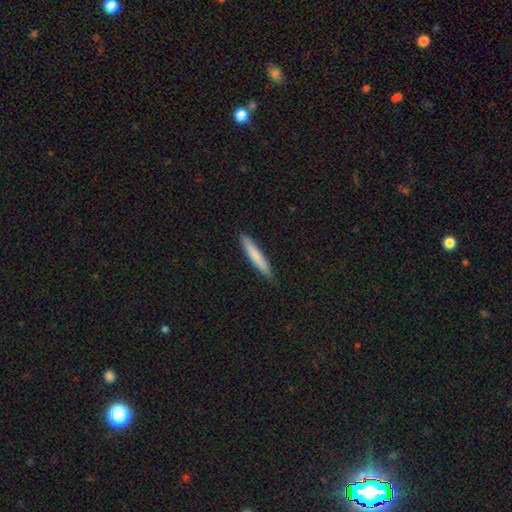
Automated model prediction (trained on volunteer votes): smooth 76%, featured or disk 18%, star or artifact 6%. Down the decision tree: how rounded — cigar-shaped (93%); merging — none (88%).